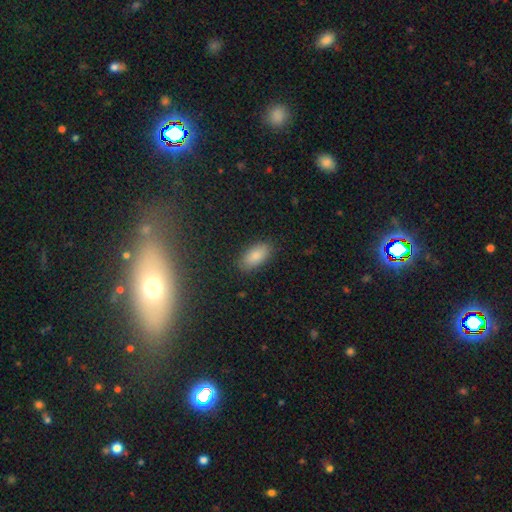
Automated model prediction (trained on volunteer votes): smooth 85%, star or artifact 8%, featured or disk 7%. Down the decision tree: how rounded — in between (92%); merging — none (87%).